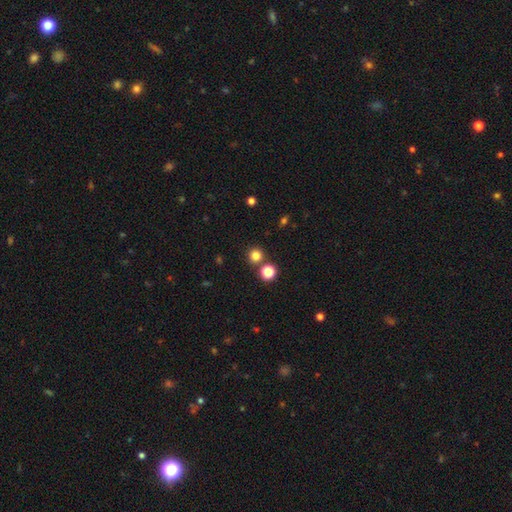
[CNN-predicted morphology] type=smooth (79%); roundness=round (94%); merging=none (81%).